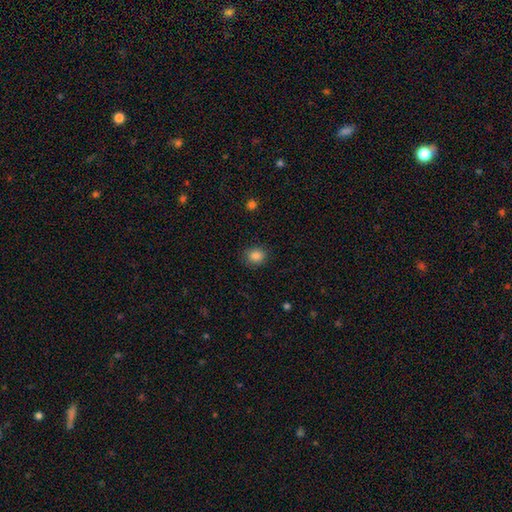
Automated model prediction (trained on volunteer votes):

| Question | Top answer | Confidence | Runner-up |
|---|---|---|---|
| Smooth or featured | smooth | 86% | star or artifact (11%) |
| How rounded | round | 67% | in between (32%) |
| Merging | none | 84% | minor disturbance (12%) |